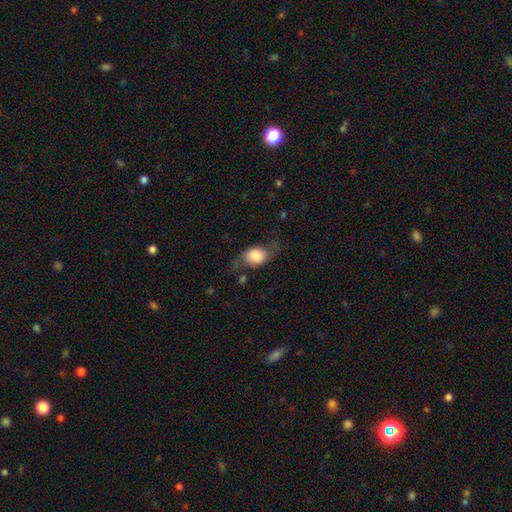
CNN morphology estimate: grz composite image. It shows a smooth galaxy with no disk features (62%) that is in between round and cigar-shaped (60%). Merging: none (55%).